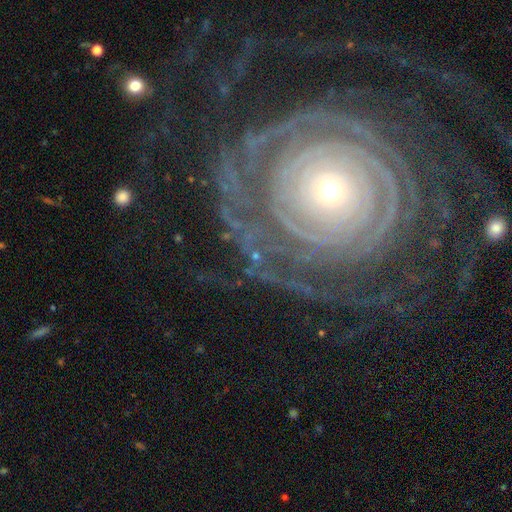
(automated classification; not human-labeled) smooth-or-featured: featured or disk: 77% | star or artifact: 14% | smooth: 9%
  disk-edge-on: no: 94% | yes: 6%
    bar: no: 58% | weak: 21% | strong: 20%
    has-spiral-arms: yes: 93% | no: 7%
      spiral-winding: tight: 76% | medium: 18% | loose: 6%
      spiral-arm-count: can't tell: 27% | 2: 17% | 3: 16% | 4: 15% | more than 4: 14% | 1: 10%
    bulge-size: small: 55% | moderate: 36% | large: 5% | none: 2% | dominant: 2%
  merging: none: 73% | minor disturbance: 13% | major disturbance: 11% | merger: 3%